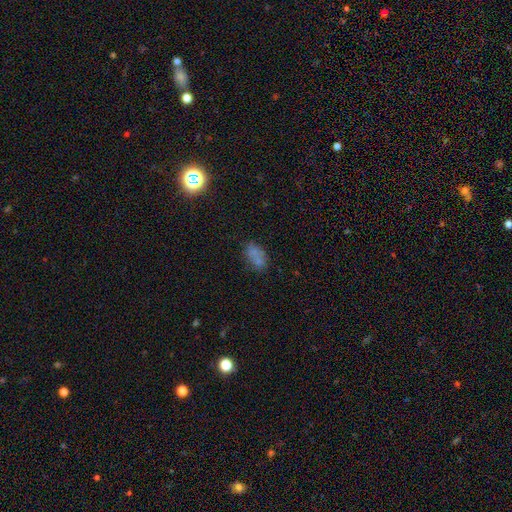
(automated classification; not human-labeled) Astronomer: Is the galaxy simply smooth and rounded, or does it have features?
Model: smooth — 68%.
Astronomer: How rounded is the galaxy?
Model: in between — 84%.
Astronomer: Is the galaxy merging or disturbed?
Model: none — 54%.